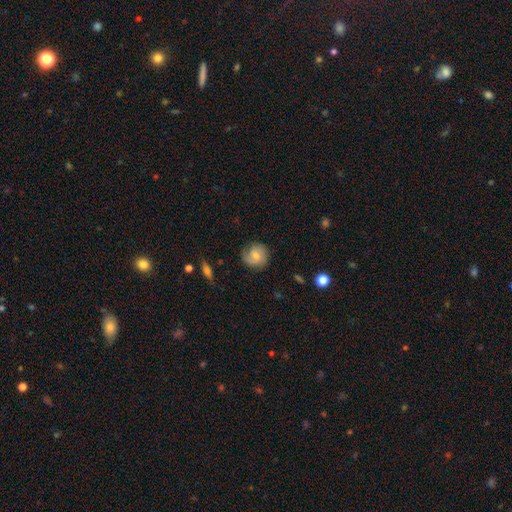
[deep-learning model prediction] This appears to be a featured or disk galaxy (52%) with no bar (60%), spiral arms (88%) and a small central bulge (48%). Merging: none (72%).